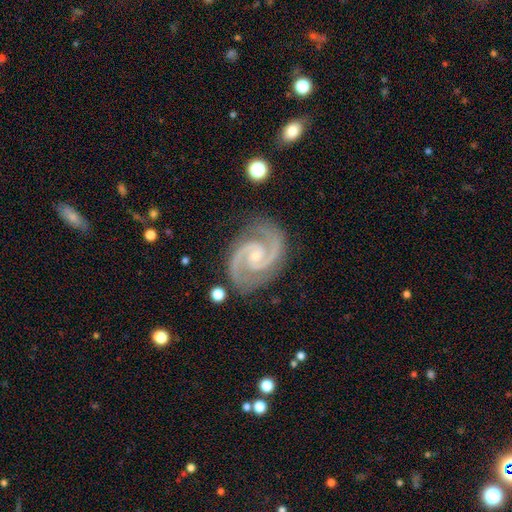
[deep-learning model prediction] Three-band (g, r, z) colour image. It shows a featured or disk galaxy (94%) with no bar (56%), 2 (94%) medium (55%) spiral arms (99%) and a small central bulge (67%). Merging: none (84%).